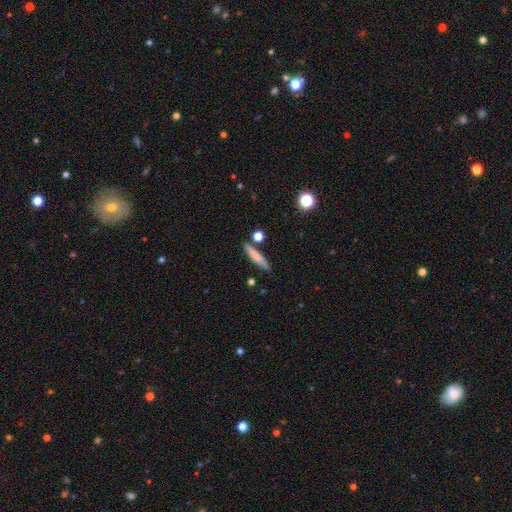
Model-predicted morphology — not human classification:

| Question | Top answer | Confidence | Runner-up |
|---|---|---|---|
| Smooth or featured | smooth | 72% | featured or disk (21%) |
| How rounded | cigar-shaped | 88% | in between (10%) |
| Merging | none | 81% | minor disturbance (11%) |